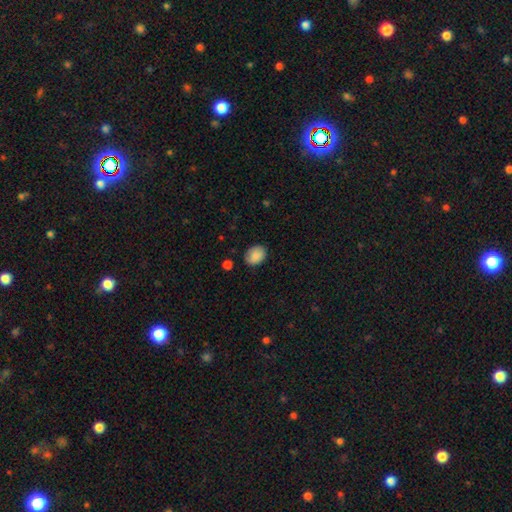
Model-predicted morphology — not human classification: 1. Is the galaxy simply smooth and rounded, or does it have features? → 87% smooth, 7% star or artifact, 5% featured or disk.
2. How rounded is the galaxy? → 59% in between, 40% round, 1% cigar-shaped.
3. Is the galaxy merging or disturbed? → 82% none, 14% minor disturbance, 3% major disturbance, 2% merger.